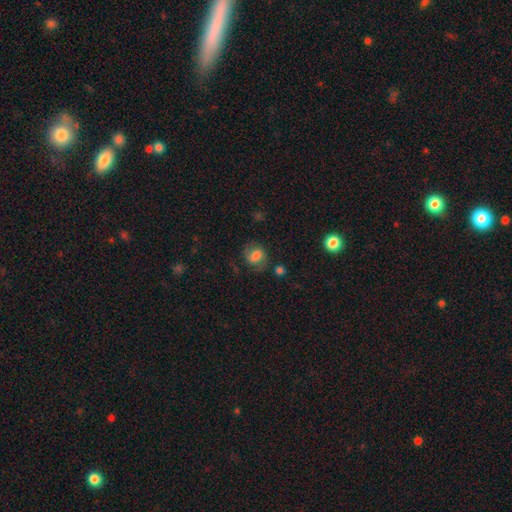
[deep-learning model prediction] smooth 63%, featured or disk 27%, star or artifact 11%. Down the decision tree: how rounded — round (58%); merging — none (66%).